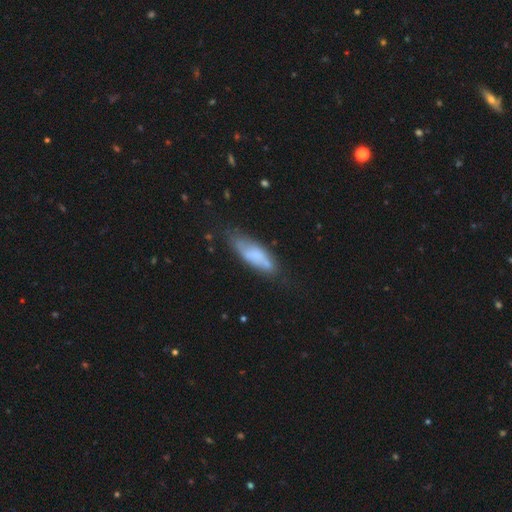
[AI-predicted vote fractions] smooth-or-featured: smooth: 61% | featured or disk: 31% | star or artifact: 8%
  how-rounded: in between: 53% | cigar-shaped: 45% | round: 2%
  merging: none: 56% | minor disturbance: 28% | major disturbance: 10% | merger: 6%